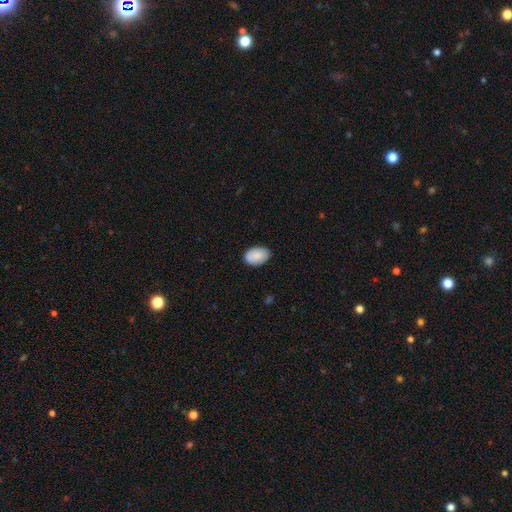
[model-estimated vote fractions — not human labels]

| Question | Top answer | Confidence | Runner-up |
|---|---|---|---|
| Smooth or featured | smooth | 85% | featured or disk (9%) |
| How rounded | in between | 87% | round (12%) |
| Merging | none | 85% | minor disturbance (12%) |